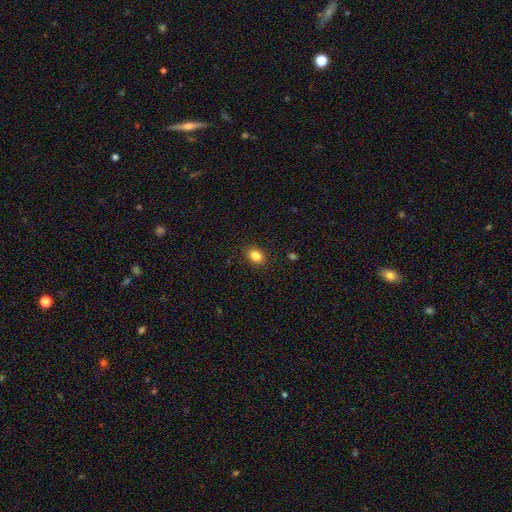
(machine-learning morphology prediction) A smooth galaxy with no disk features (85%) that is in between round and cigar-shaped (71%). Merging: none (88%).